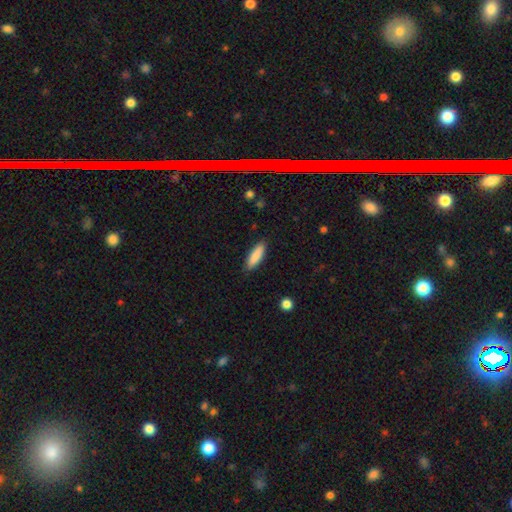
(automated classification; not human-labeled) smooth_or_featured: smooth (p=0.87) [alt: featured or disk p=0.07]
how_rounded: cigar-shaped (p=0.51) [alt: in between p=0.47]
merging: none (p=0.88) [alt: minor disturbance p=0.09]